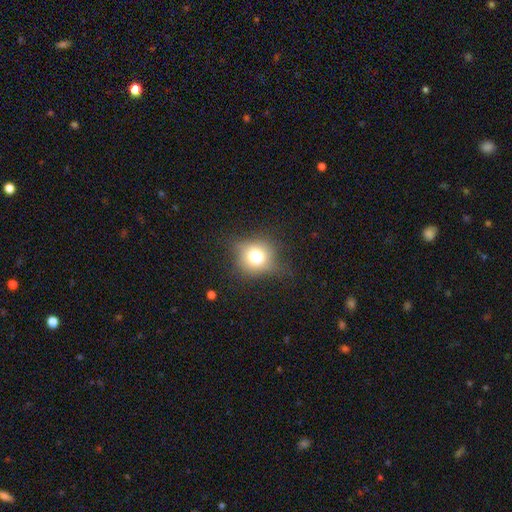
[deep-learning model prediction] This appears to be a smooth galaxy with no disk features (69%) that is round (76%). Merging: none (66%).